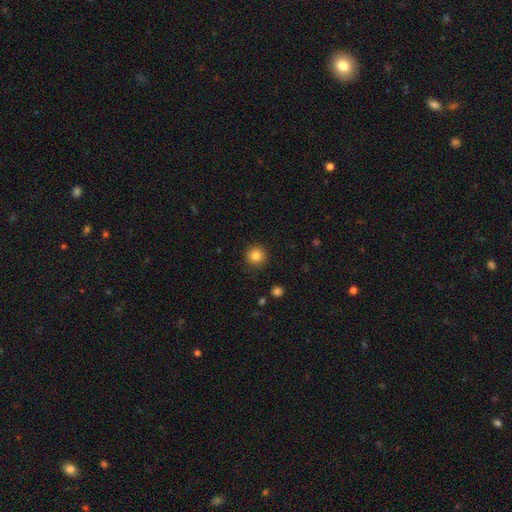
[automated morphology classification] Q: Smooth or featured?
A: smooth (83%); runner-up: star or artifact (11%)
Q: How rounded?
A: round (95%); runner-up: in between (4%)
Q: Merging?
A: none (92%); runner-up: minor disturbance (5%)